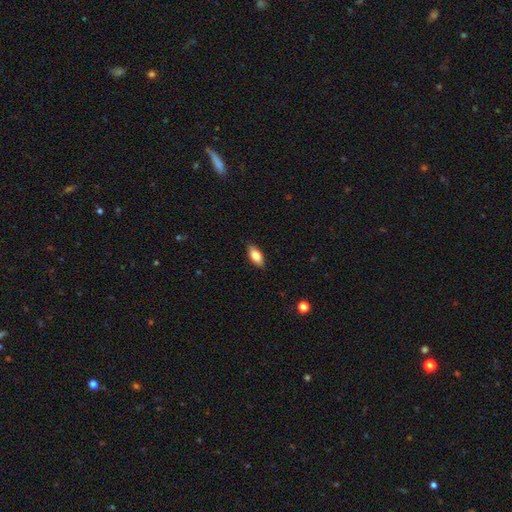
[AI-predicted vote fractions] This is likely a smooth galaxy (78%). How rounded: clearly in between (85%). Merging: clearly none (87%).